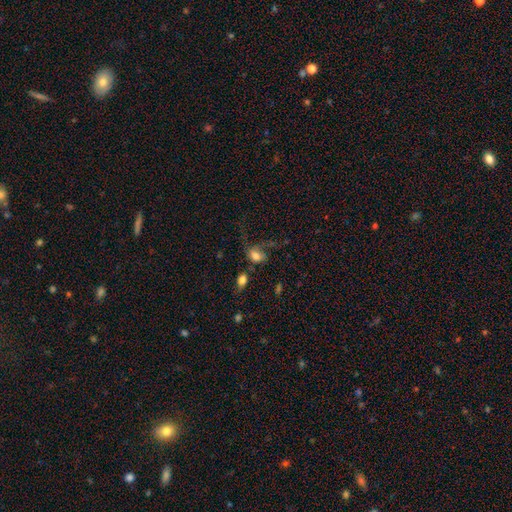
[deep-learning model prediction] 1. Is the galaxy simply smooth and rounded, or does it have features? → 66% smooth, 23% featured or disk, 11% star or artifact.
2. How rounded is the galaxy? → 62% in between, 37% round, 2% cigar-shaped.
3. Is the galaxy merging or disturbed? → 38% major disturbance, 30% none, 19% minor disturbance, 14% merger.